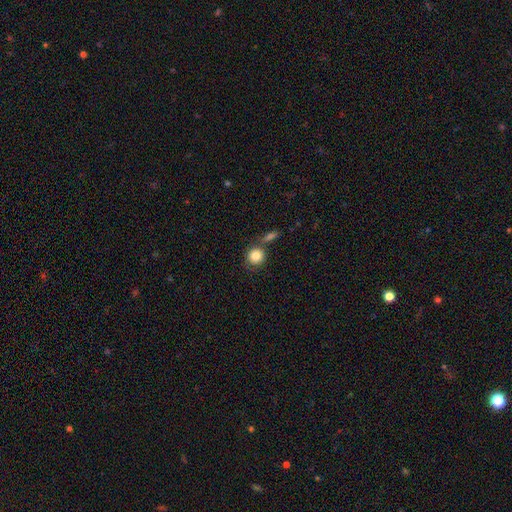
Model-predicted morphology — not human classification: A smooth galaxy with no disk features (84%) that is round (89%). Merging: none (66%).